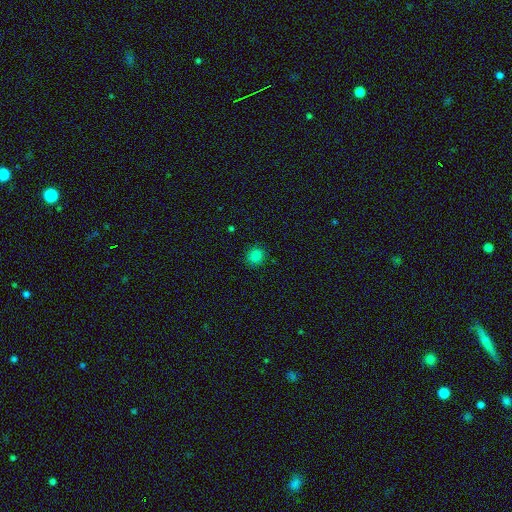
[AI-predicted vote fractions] This is clearly a smooth galaxy (82%). How rounded: clearly round (85%). Merging: clearly none (89%).